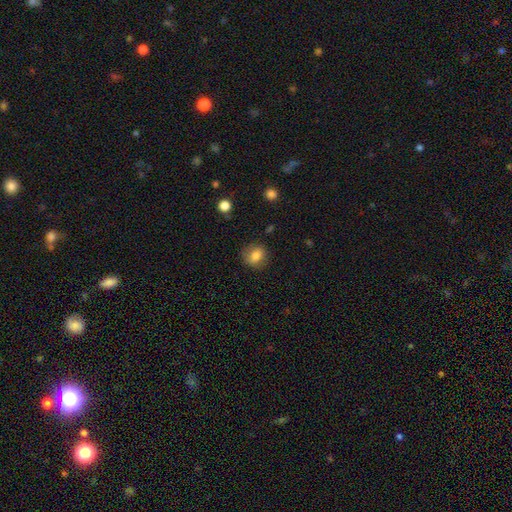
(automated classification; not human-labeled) Smooth or featured? smooth (80%)
How rounded? round (61%)
Merging? none (80%)